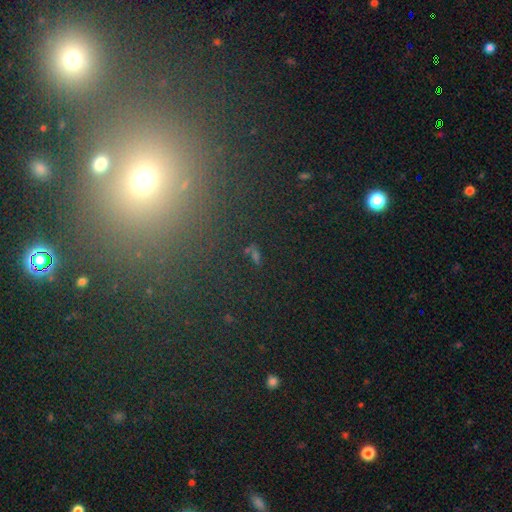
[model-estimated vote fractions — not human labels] star or artifact 51%, smooth 35%, featured or disk 14%.